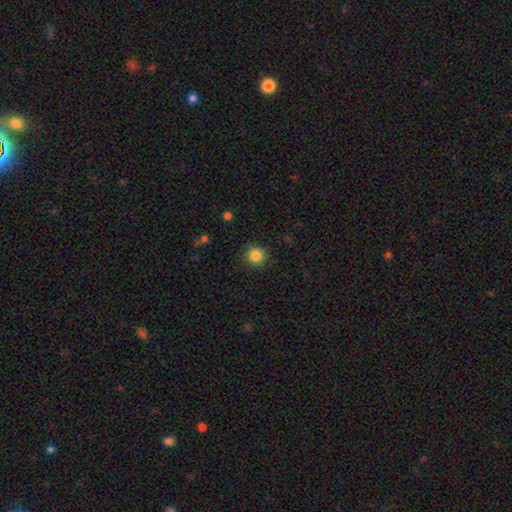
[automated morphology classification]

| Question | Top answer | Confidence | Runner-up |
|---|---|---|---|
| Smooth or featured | smooth | 85% | star or artifact (11%) |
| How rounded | round | 94% | in between (5%) |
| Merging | none | 89% | minor disturbance (7%) |